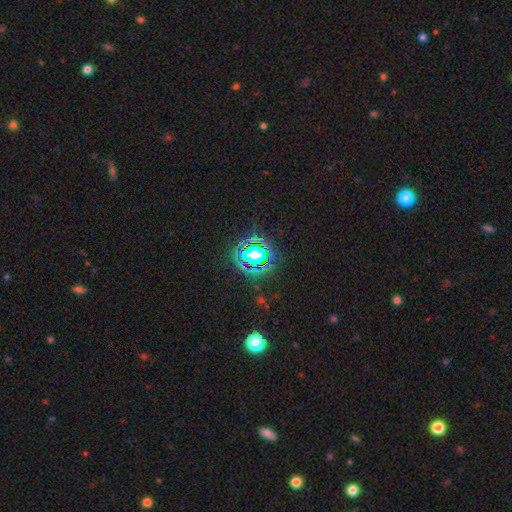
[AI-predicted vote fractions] smooth-or-featured: star or artifact: 64% | smooth: 24% | featured or disk: 12%